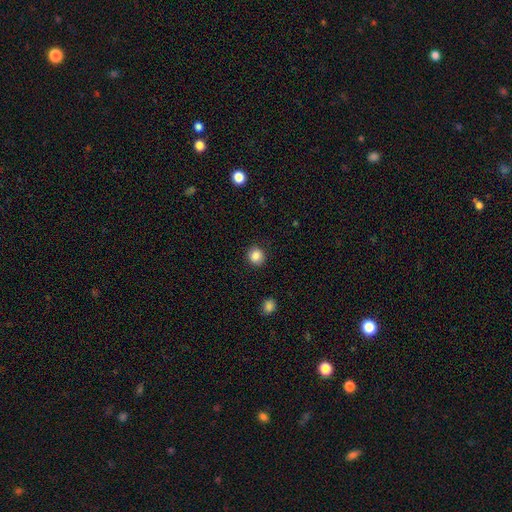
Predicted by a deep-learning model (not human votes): This appears to be a smooth galaxy with no disk features (86%) that is round (88%). Merging: none (90%).